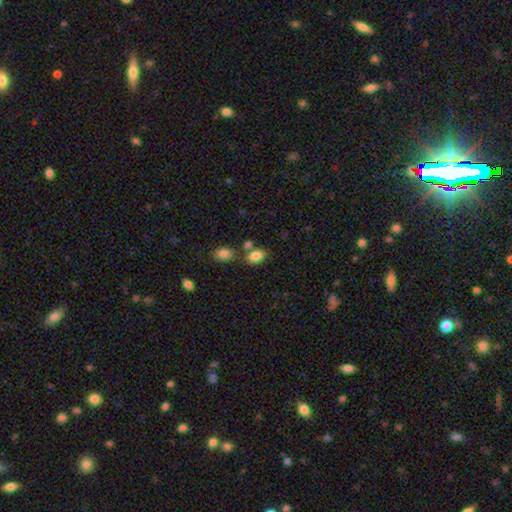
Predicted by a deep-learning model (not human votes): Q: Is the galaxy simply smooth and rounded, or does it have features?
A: smooth — 83%.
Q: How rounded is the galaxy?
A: in between — 88%.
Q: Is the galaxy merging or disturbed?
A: none — 61%.